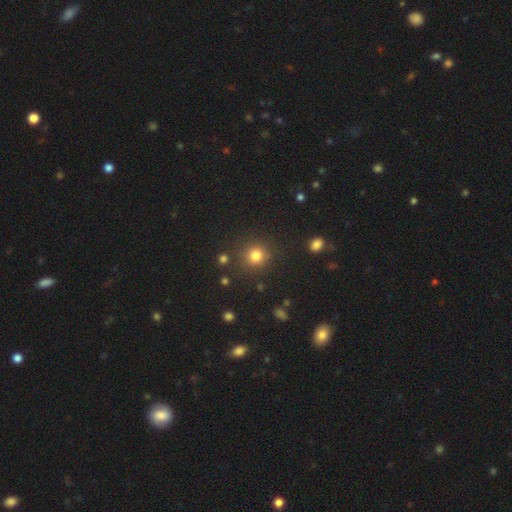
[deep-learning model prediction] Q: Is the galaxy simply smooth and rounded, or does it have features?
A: smooth — 80%.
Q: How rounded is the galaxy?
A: round — 91%.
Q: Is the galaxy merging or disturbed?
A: none — 86%.